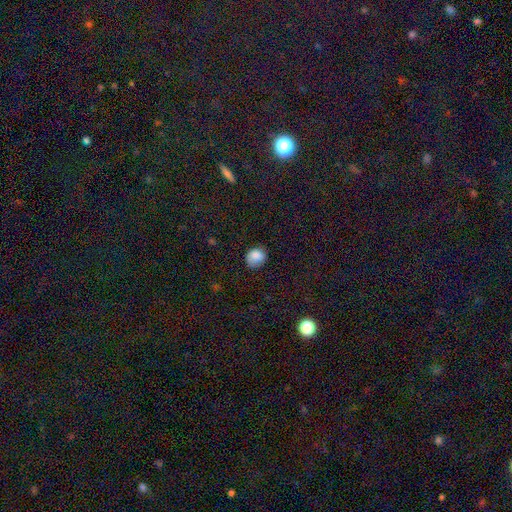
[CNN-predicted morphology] smooth_or_featured: smooth (p=0.85) [alt: star or artifact p=0.09]
how_rounded: round (p=0.73) [alt: in between p=0.26]
merging: none (p=0.75) [alt: minor disturbance p=0.19]